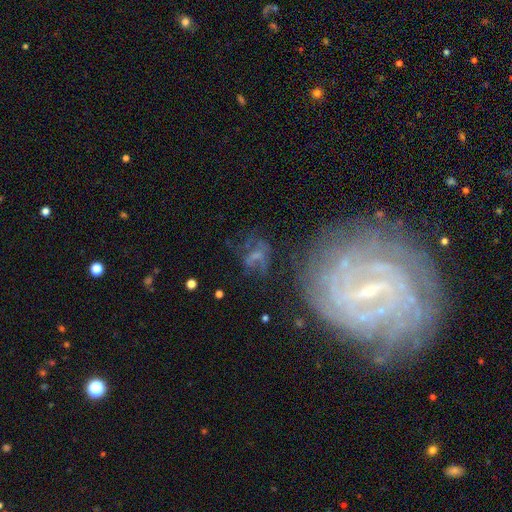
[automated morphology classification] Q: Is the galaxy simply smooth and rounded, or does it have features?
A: featured or disk — 48%.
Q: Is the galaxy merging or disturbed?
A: none — 41%.